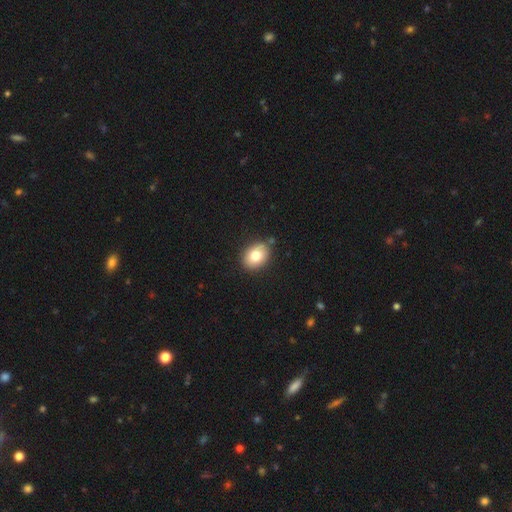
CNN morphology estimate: Smooth or featured?
  - smooth: 78% *
  - featured or disk: 13%
  - star or artifact: 9%
How rounded?
  - in between: 69% *
  - round: 30%
  - cigar-shaped: 1%
Merging?
  - none: 83% *
  - minor disturbance: 11%
  - merger: 3%
  - major disturbance: 2%